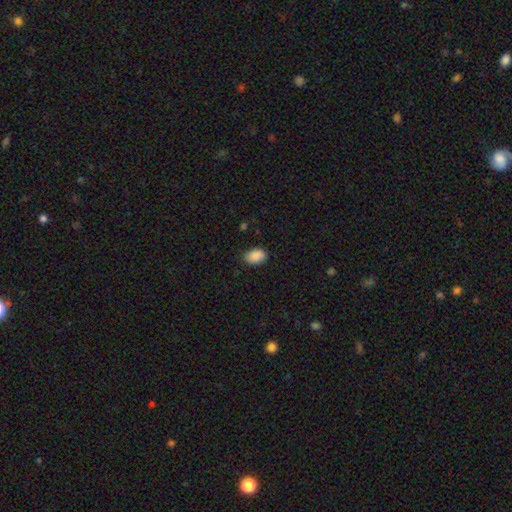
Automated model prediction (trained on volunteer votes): smooth_or_featured: smooth (p=0.89) [alt: star or artifact p=0.07]
how_rounded: in between (p=0.86) [alt: round p=0.12]
merging: none (p=0.82) [alt: minor disturbance p=0.14]